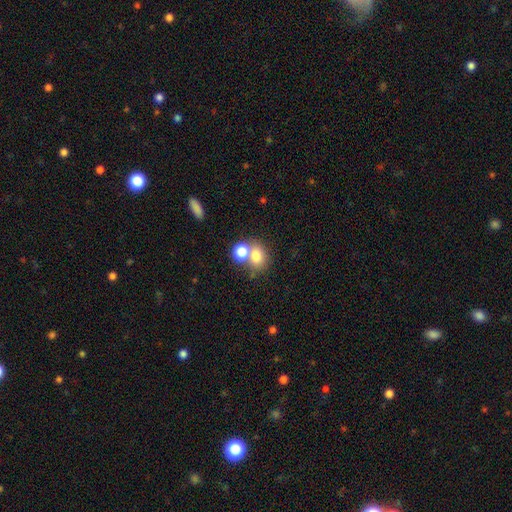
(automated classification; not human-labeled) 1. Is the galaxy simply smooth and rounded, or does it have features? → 77% smooth, 12% featured or disk, 11% star or artifact.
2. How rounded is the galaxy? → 59% round, 40% in between, 1% cigar-shaped.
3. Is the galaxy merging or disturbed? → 51% merger, 39% none, 7% minor disturbance, 3% major disturbance.